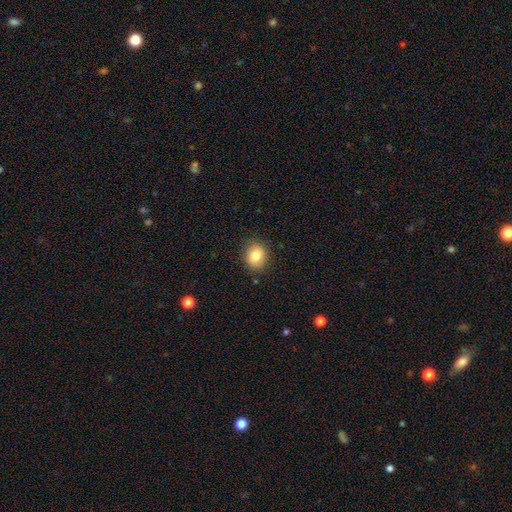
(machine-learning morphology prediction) Q: Smooth or featured?
A: smooth (81%); runner-up: star or artifact (10%)
Q: How rounded?
A: round (68%); runner-up: in between (31%)
Q: Merging?
A: none (86%); runner-up: minor disturbance (11%)